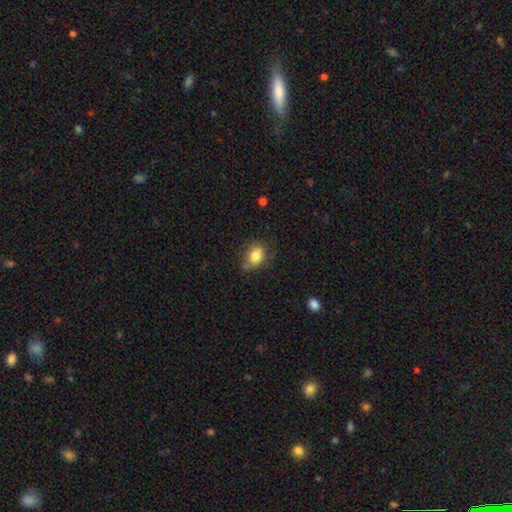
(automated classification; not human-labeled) smooth-or-featured: smooth: 80% | featured or disk: 11% | star or artifact: 9%
  how-rounded: in between: 66% | round: 33% | cigar-shaped: 1%
  merging: none: 63% | minor disturbance: 27% | major disturbance: 7% | merger: 3%